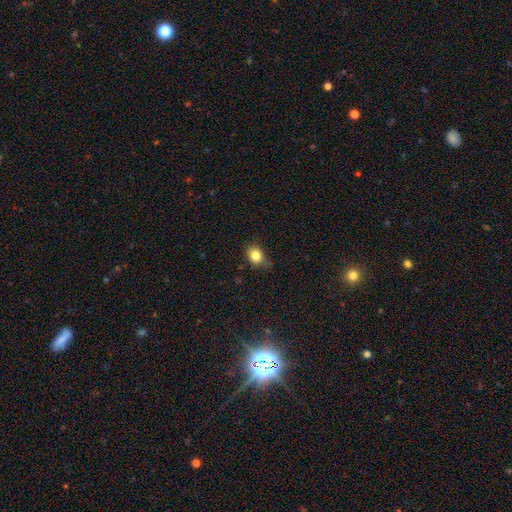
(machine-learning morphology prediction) This appears to be a smooth galaxy with no disk features (82%) that is round (50%). Merging: none (64%).